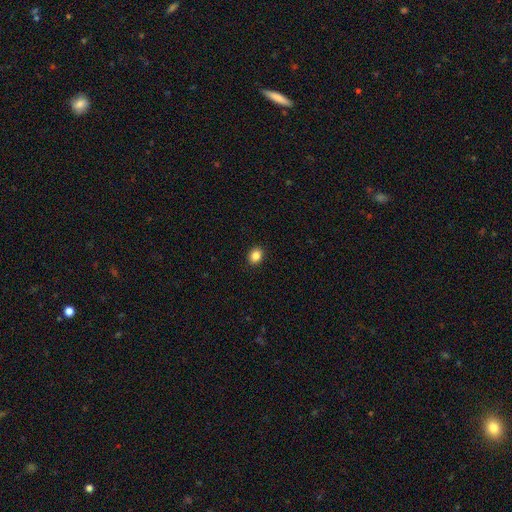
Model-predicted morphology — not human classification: This appears to be a smooth galaxy with no disk features (86%) that is round (55%). Merging: none (91%).